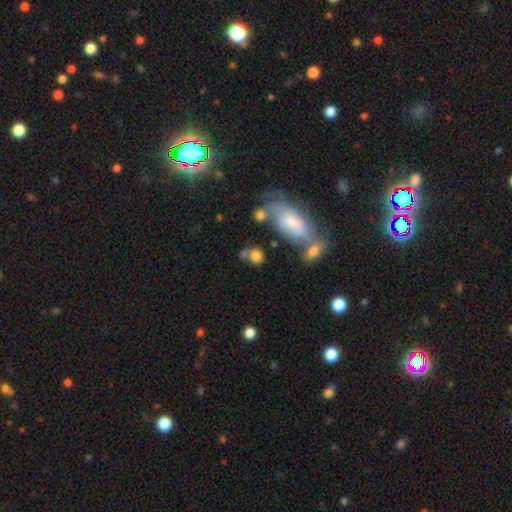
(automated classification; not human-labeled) Smooth or featured?
  - smooth: 77% *
  - featured or disk: 13%
  - star or artifact: 10%
How rounded?
  - round: 57% *
  - in between: 39%
  - cigar-shaped: 3%
Merging?
  - none: 45% *
  - merger: 27%
  - minor disturbance: 18%
  - major disturbance: 11%